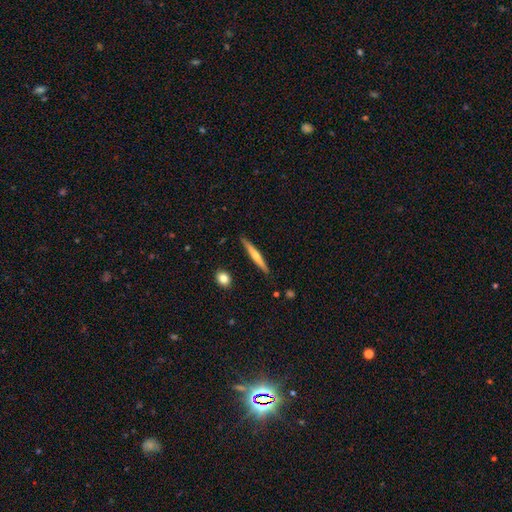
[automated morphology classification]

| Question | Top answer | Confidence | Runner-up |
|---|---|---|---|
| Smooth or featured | featured or disk | 52% | smooth (42%) |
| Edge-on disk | yes | 97% | no (3%) |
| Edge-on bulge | rounded | 70% | none (25%) |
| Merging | none | 89% | minor disturbance (8%) |